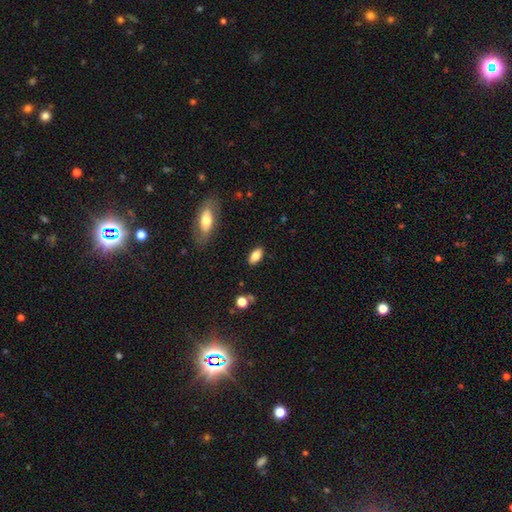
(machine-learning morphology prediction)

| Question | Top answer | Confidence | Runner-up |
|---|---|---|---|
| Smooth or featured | smooth | 80% | featured or disk (13%) |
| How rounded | in between | 88% | cigar-shaped (8%) |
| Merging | none | 87% | minor disturbance (9%) |